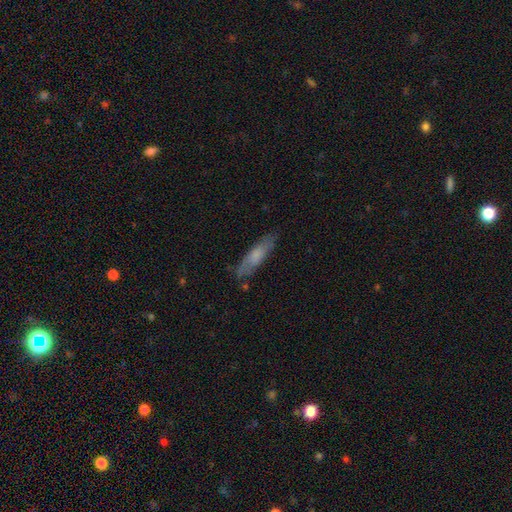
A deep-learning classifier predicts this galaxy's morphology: The model was most divided on "smooth or featured": smooth: 65%, featured or disk: 29%, star or artifact: 6%. More confident: merging — none (77%); how rounded — cigar-shaped (71%).